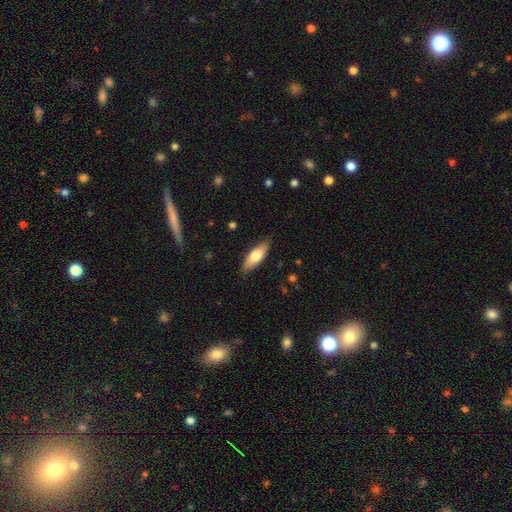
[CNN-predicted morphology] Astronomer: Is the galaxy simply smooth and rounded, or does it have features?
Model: smooth — 69%.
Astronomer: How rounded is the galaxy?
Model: in between — 61% (runner-up: cigar-shaped, 37%).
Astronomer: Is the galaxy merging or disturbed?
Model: none — 85%.